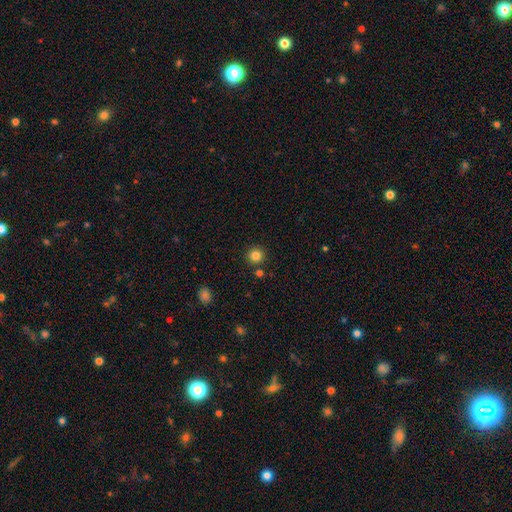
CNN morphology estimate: smooth_or_featured: smooth (p=0.83) [alt: star or artifact p=0.12]
how_rounded: round (p=0.94) [alt: in between p=0.05]
merging: none (p=0.88) [alt: minor disturbance p=0.06]